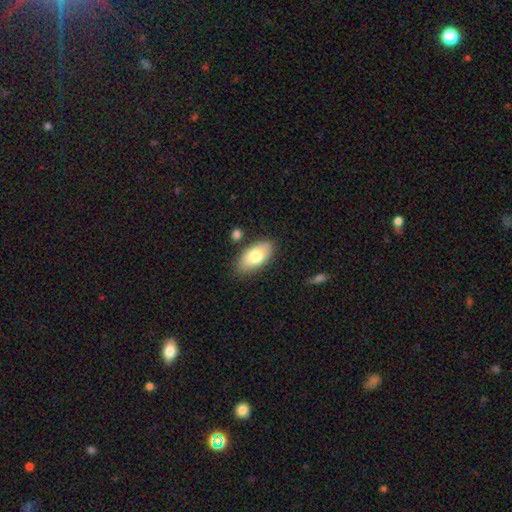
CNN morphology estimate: Q: Smooth or featured?
A: smooth (75%); runner-up: featured or disk (18%)
Q: How rounded?
A: in between (93%); runner-up: cigar-shaped (4%)
Q: Merging?
A: none (81%); runner-up: minor disturbance (13%)